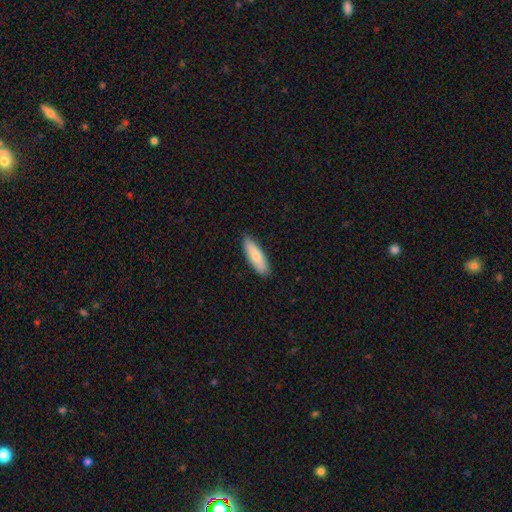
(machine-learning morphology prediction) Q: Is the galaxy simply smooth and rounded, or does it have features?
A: smooth — 74%.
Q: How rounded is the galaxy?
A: cigar-shaped — 50%.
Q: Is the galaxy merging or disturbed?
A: none — 88%.